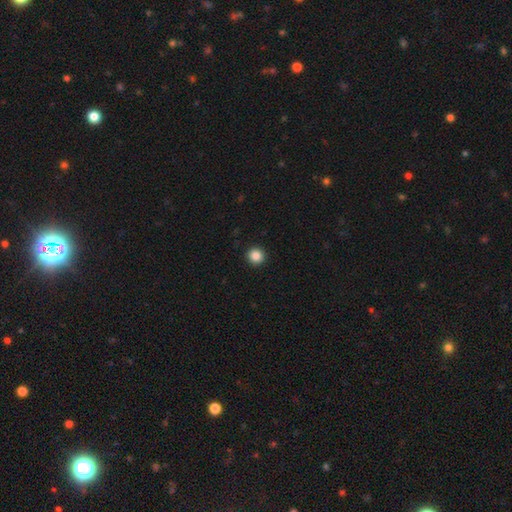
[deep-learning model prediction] A smooth galaxy with no disk features (86%) that is round (95%).

Vote fractions:
- Smooth or featured? smooth: 86% / star or artifact: 10% / featured or disk: 3%
- How rounded? round: 95% / in between: 4% / cigar-shaped: 1%
- Merging? none: 93% / minor disturbance: 4% / major disturbance: 1% / merger: 1%